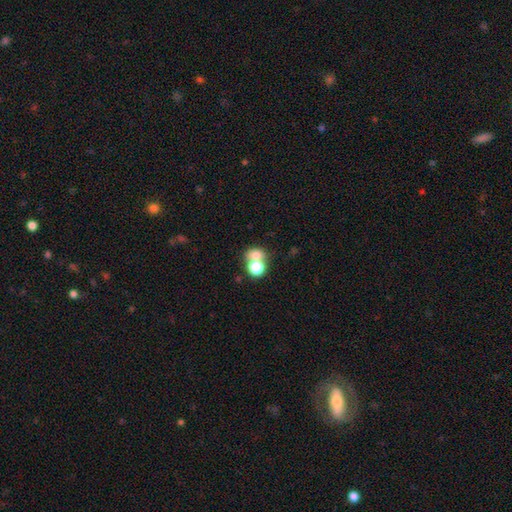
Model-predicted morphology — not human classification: Smooth or featured? Predicted: smooth (p=0.73). How rounded? Predicted: round (p=0.60). Merging? Predicted: merger (p=0.55).